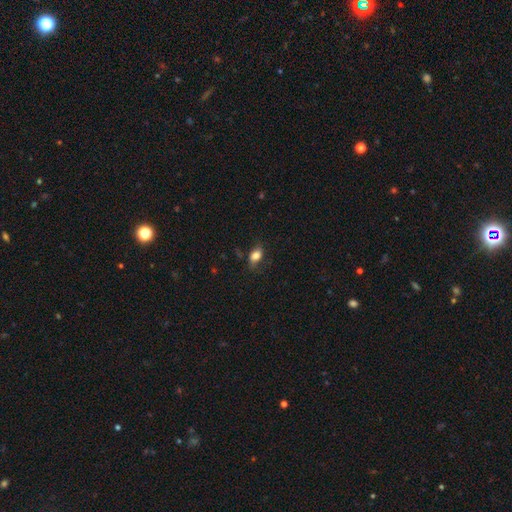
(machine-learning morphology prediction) Q: Smooth or featured?
A: smooth (80%); runner-up: featured or disk (11%)
Q: How rounded?
A: in between (79%); runner-up: round (17%)
Q: Merging?
A: none (67%); runner-up: minor disturbance (24%)